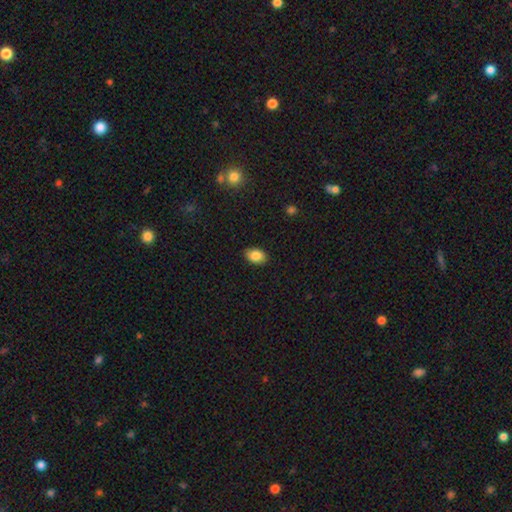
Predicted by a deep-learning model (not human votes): Smooth or featured? Predicted: smooth (p=0.86). How rounded? Predicted: in between (p=0.82). Merging? Predicted: none (p=0.88).